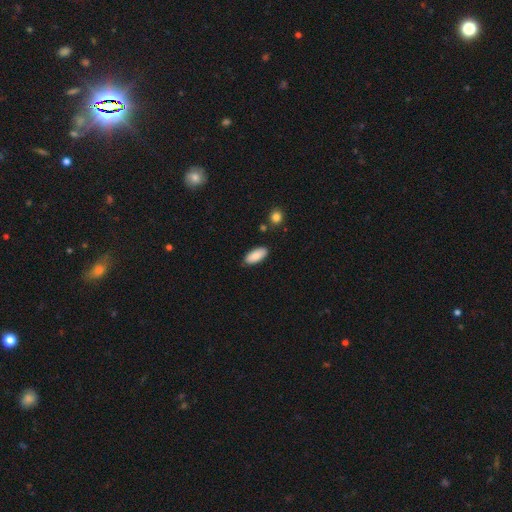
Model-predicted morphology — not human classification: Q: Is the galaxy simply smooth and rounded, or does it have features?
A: smooth — 86%.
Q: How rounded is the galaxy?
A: in between — 88%.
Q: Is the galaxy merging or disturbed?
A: none — 85%.